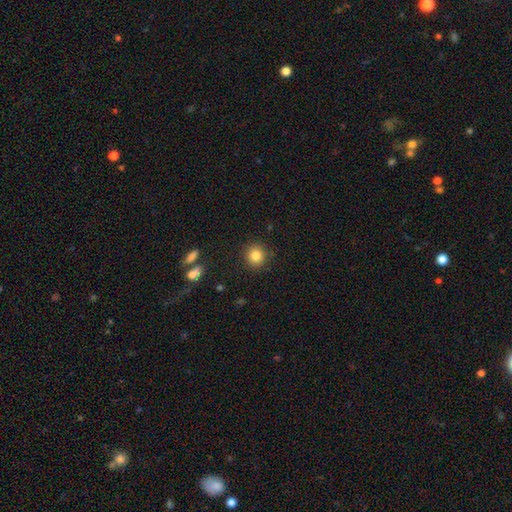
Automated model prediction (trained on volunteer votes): Overall: smooth (84%). How rounded: round (89%). Merging: none (89%).